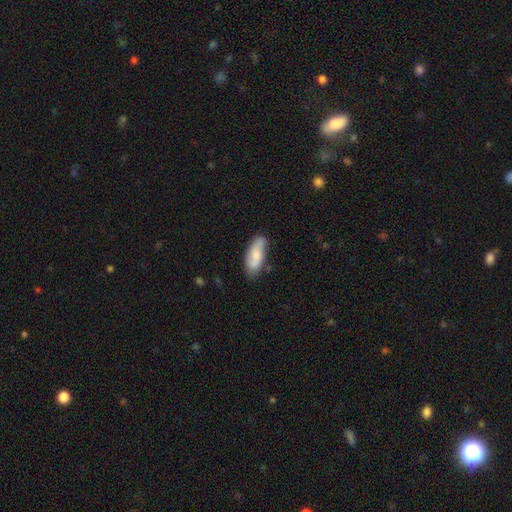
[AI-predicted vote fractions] Smooth or featured?
  - smooth: 58% *
  - featured or disk: 35%
  - star or artifact: 6%
How rounded?
  - in between: 77% *
  - cigar-shaped: 21%
  - round: 2%
Merging?
  - none: 72% *
  - minor disturbance: 21%
  - major disturbance: 5%
  - merger: 3%